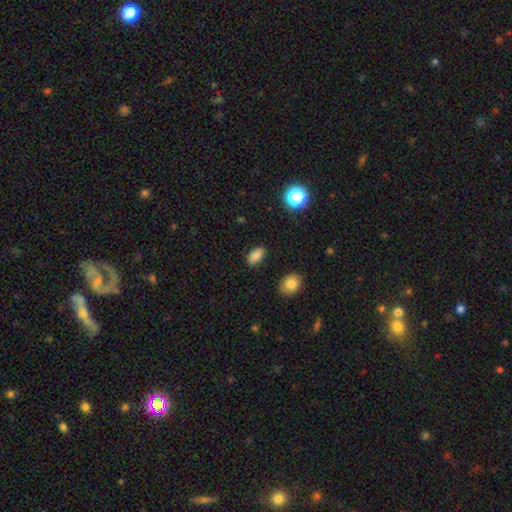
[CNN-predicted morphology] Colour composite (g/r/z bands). It shows a smooth galaxy with no disk features (83%) that is in between round and cigar-shaped (91%). Merging: none (88%).